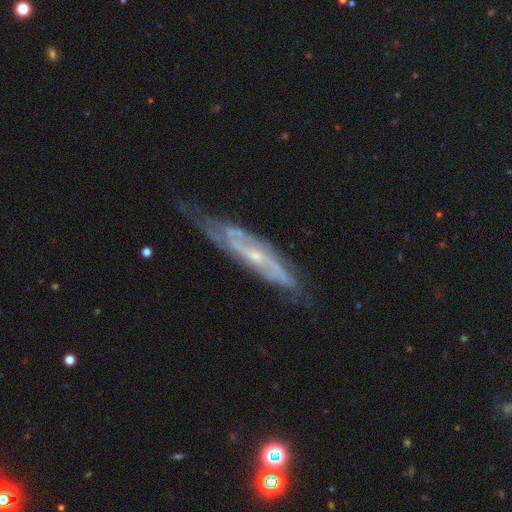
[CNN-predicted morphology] This appears to be a featured or disk galaxy (83%) with no bar (51%), 2 (52%) medium (42%) spiral arms (91%) and a small central bulge (74%). Merging: none (62%).